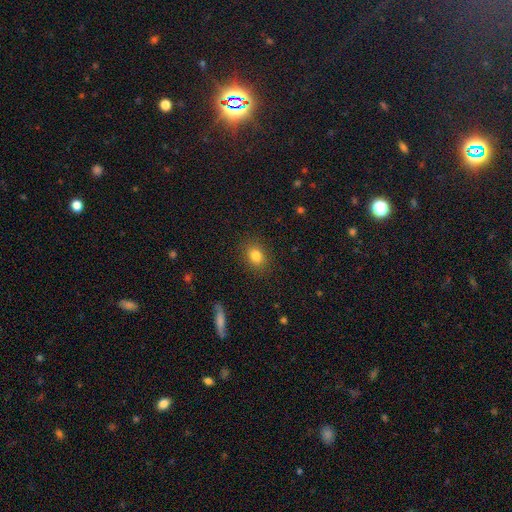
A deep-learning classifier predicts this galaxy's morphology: The model was most divided on "how rounded": in between: 56%, round: 43%, cigar-shaped: 1%. More confident: merging — none (88%); smooth or featured — smooth (82%).